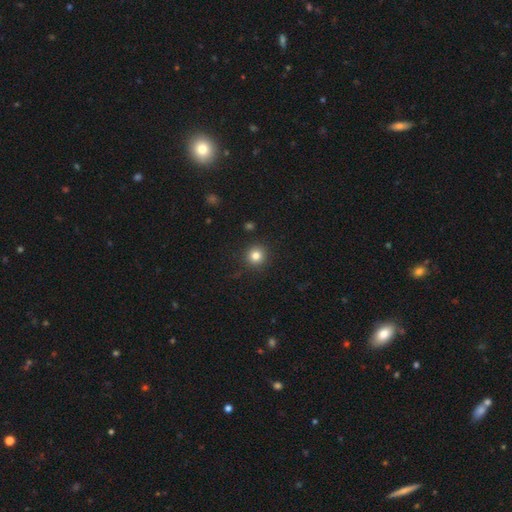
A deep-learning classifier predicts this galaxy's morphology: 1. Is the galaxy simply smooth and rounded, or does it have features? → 81% smooth, 13% star or artifact, 6% featured or disk.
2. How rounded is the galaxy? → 94% round, 5% in between, 1% cigar-shaped.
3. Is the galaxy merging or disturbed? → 91% none, 5% minor disturbance, 2% major disturbance, 1% merger.